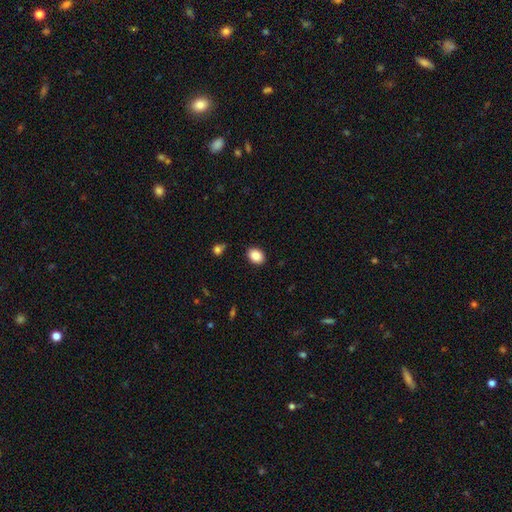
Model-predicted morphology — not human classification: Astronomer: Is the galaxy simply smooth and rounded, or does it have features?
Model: smooth — 88%.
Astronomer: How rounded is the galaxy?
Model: in between — 68%.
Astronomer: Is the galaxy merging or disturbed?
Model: none — 88%.